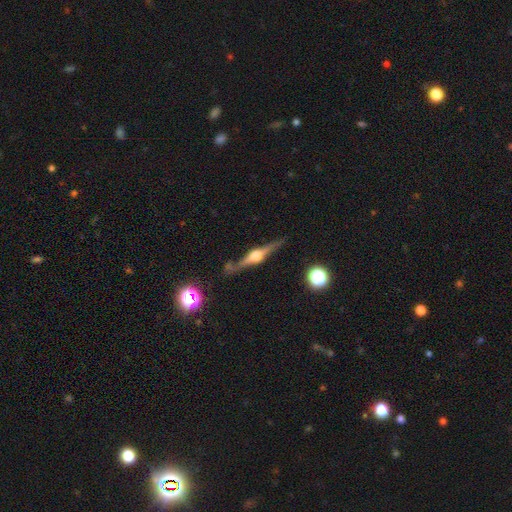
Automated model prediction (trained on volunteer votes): featured or disk 85%, smooth 9%, star or artifact 6%. Down the decision tree: edge-on disk — yes (97%); edge-on bulge — rounded (93%); merging — none (83%).